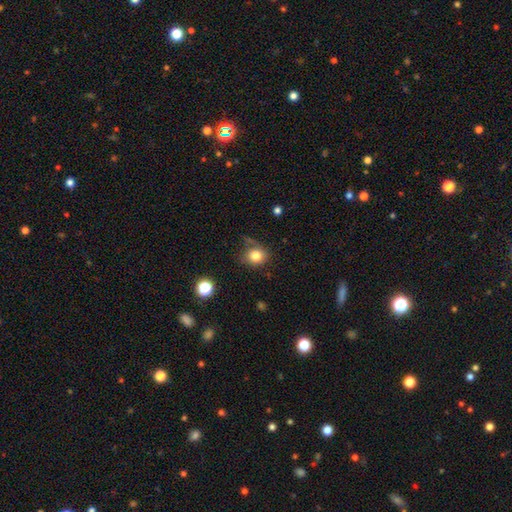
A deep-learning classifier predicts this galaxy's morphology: A smooth galaxy with no disk features (81%) that is round (72%).

Vote fractions:
- Smooth or featured? smooth: 81% / star or artifact: 12% / featured or disk: 7%
- How rounded? round: 72% / in between: 27% / cigar-shaped: 1%
- Merging? none: 63% / minor disturbance: 23% / major disturbance: 8% / merger: 6%